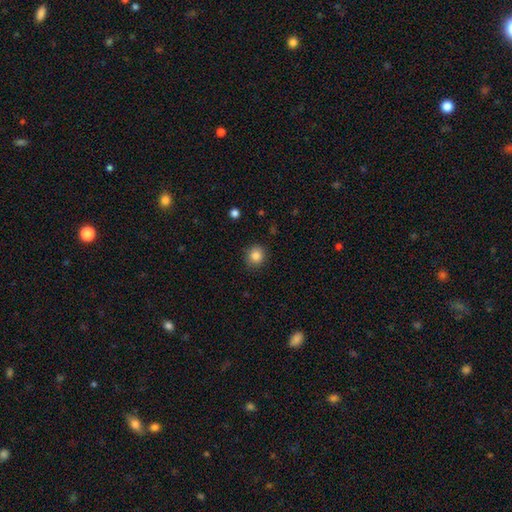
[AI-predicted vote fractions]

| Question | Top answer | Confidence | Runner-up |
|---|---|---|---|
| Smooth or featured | smooth | 86% | star or artifact (10%) |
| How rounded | round | 83% | in between (16%) |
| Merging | none | 86% | minor disturbance (10%) |